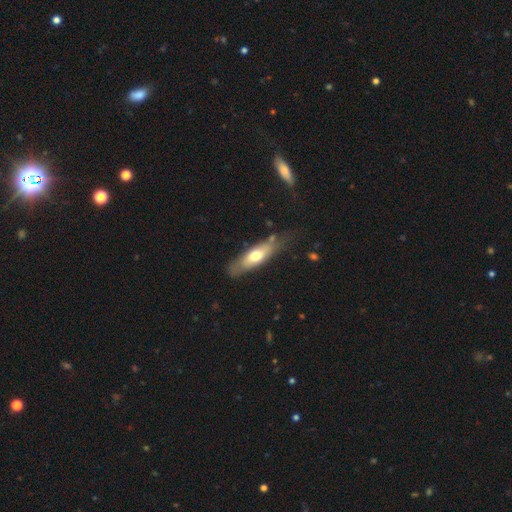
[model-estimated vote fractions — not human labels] Morphology: type=smooth (59%); roundness=in between (52%); merging=none (65%).